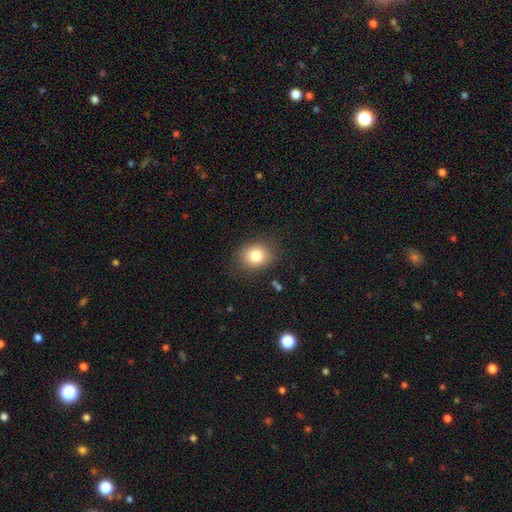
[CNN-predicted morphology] Smooth or featured? smooth (81%)
How rounded? round (58%)
Merging? none (85%)